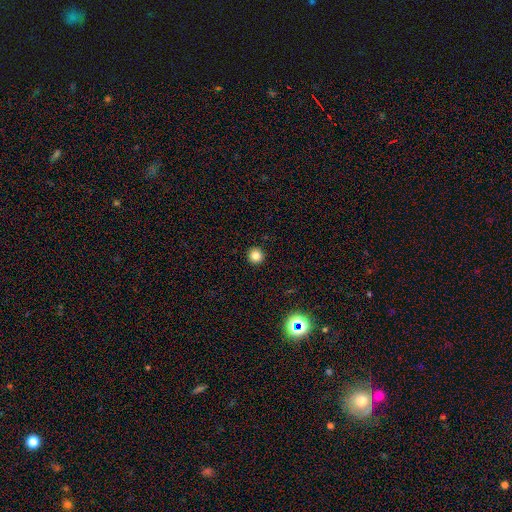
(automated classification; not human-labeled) This appears to be a smooth galaxy with no disk features (83%) that is round (95%). Merging: none (94%).